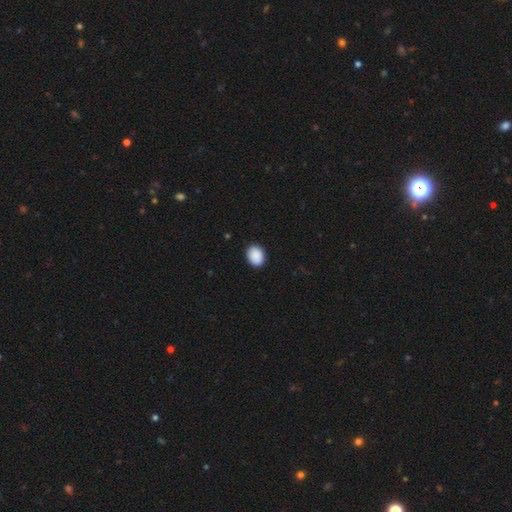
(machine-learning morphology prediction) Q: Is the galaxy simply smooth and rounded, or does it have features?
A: smooth — 90%.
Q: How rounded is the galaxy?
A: in between — 63%.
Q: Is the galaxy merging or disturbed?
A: none — 89%.